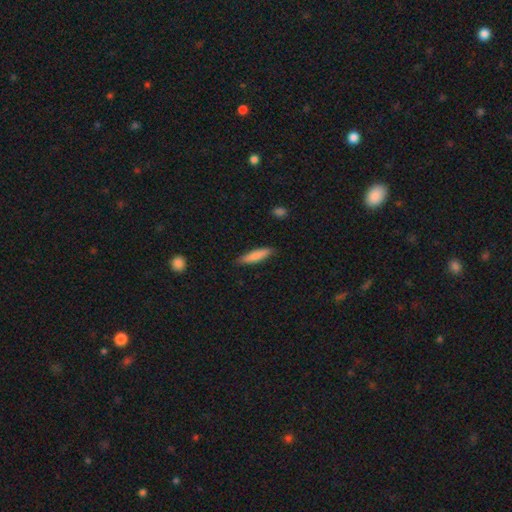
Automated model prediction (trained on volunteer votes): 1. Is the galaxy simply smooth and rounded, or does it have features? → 81% smooth, 13% featured or disk, 6% star or artifact.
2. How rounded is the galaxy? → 81% cigar-shaped, 18% in between, 1% round.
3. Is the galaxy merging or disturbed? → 87% none, 10% minor disturbance, 2% major disturbance, 1% merger.